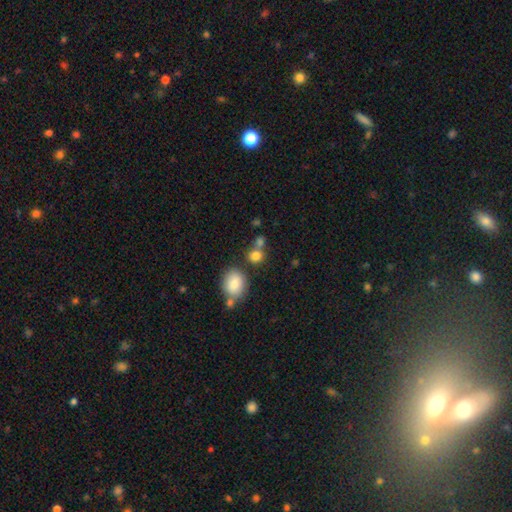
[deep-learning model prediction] smooth-or-featured: smooth: 81% | star or artifact: 11% | featured or disk: 8%
  how-rounded: round: 77% | in between: 21% | cigar-shaped: 1%
  merging: none: 56% | merger: 30% | minor disturbance: 10% | major disturbance: 4%